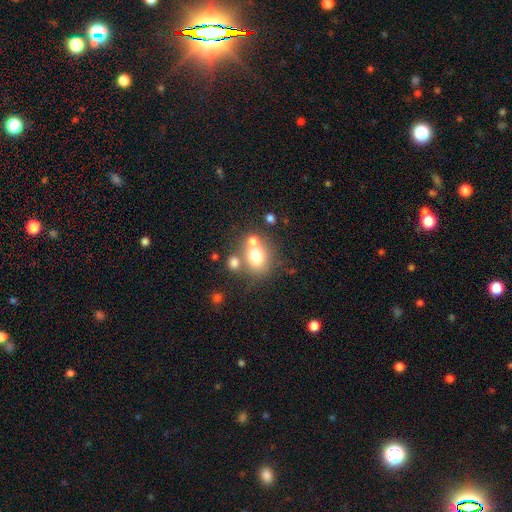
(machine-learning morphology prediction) A smooth galaxy with no disk features (70%) that is round (69%).

Vote fractions:
- Smooth or featured? smooth: 70% / featured or disk: 16% / star or artifact: 14%
- How rounded? round: 69% / in between: 30% / cigar-shaped: 1%
- Merging? none: 53% / merger: 31% / minor disturbance: 11% / major disturbance: 5%